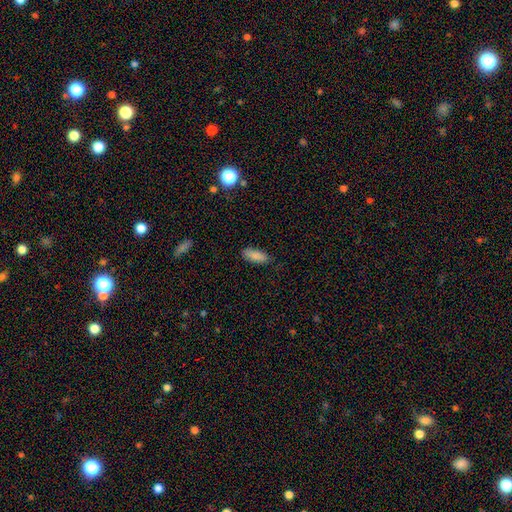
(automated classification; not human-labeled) smooth_or_featured: smooth (p=0.87) [alt: star or artifact p=0.07]
how_rounded: in between (p=0.78) [alt: cigar-shaped p=0.21]
merging: none (p=0.82) [alt: minor disturbance p=0.14]